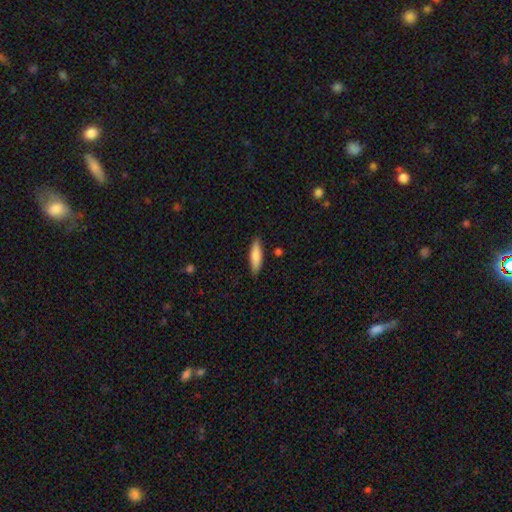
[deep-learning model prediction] smooth 81%, featured or disk 13%, star or artifact 6%. Down the decision tree: how rounded — cigar-shaped (65%); merging — none (86%).